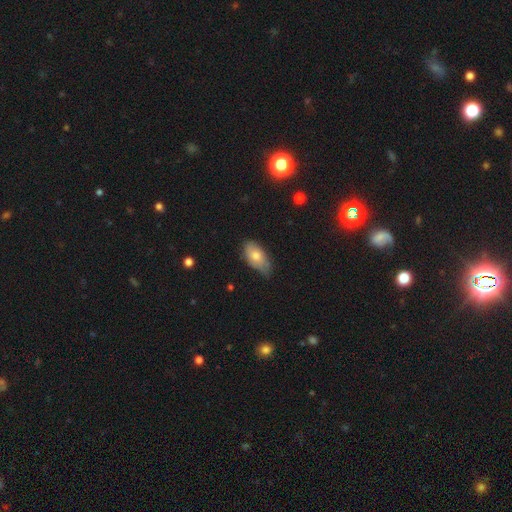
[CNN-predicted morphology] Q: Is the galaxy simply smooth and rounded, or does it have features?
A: smooth — 70%.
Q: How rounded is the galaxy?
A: in between — 92%.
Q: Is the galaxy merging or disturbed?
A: none — 51%.